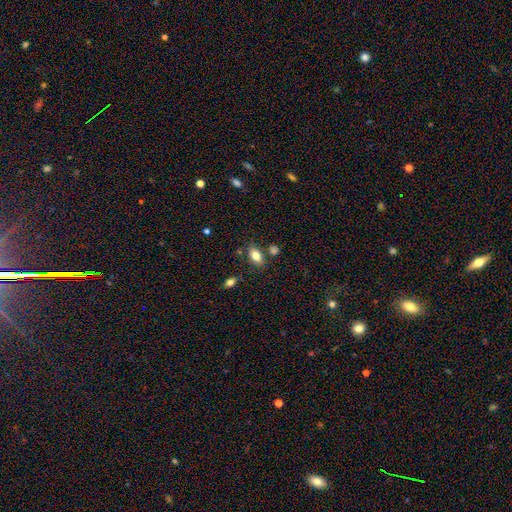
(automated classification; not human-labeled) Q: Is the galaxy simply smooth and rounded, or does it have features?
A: smooth — 80%.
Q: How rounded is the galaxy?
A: in between — 89%.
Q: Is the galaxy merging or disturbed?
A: none — 75%.